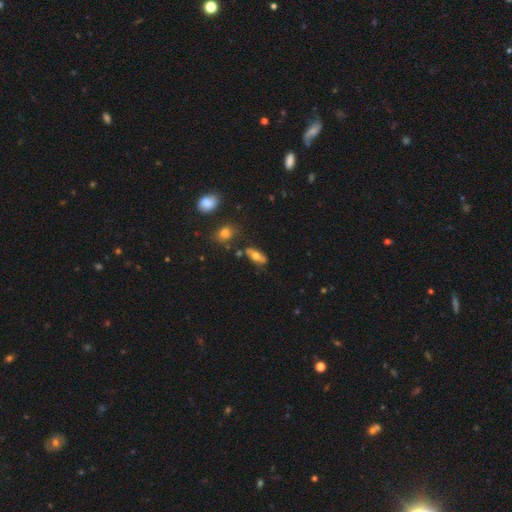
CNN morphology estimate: type=smooth (56%); roundness=in between (78%); merging=none (72%).